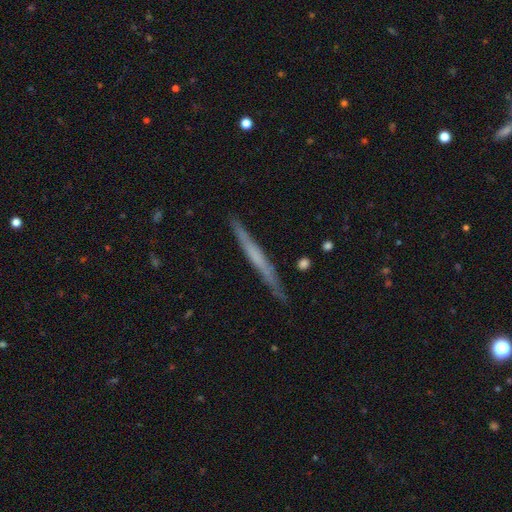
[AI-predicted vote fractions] featured or disk 53%, smooth 41%, star or artifact 6%. Down the decision tree: edge-on disk — yes (96%); edge-on bulge — none (79%); merging — none (87%).